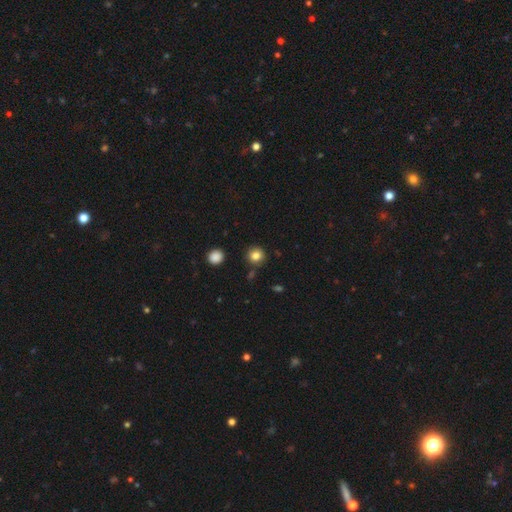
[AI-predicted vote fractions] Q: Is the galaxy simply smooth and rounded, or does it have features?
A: smooth — 83%.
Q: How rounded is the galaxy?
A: round — 91%.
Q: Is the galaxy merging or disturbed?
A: none — 87%.